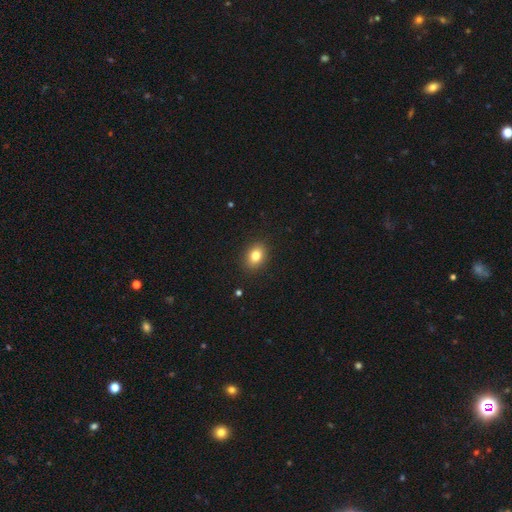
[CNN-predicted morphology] This appears to be a smooth galaxy with no disk features (82%) that is in between round and cigar-shaped (67%). Merging: none (89%).